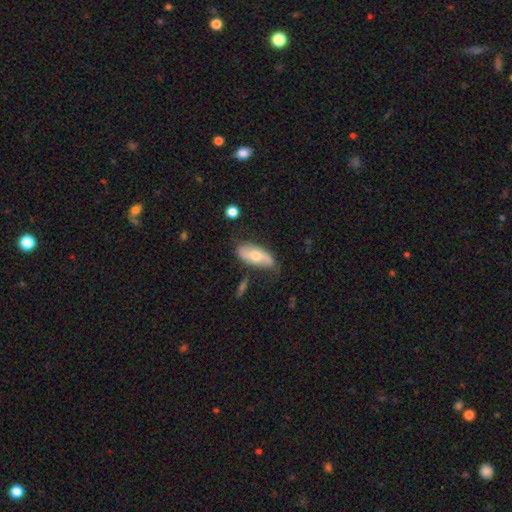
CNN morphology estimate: The model was most divided on "smooth or featured": smooth: 52%, featured or disk: 42%, star or artifact: 6%. More confident: how rounded — in between (89%); merging — none (60%).